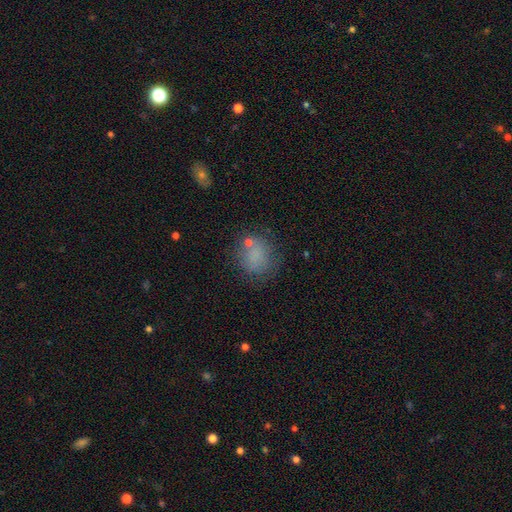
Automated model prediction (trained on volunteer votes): Smooth or featured?
  - smooth: 74% *
  - star or artifact: 15%
  - featured or disk: 11%
How rounded?
  - round: 80% *
  - in between: 18%
  - cigar-shaped: 1%
Merging?
  - none: 69% *
  - minor disturbance: 17%
  - major disturbance: 9%
  - merger: 5%